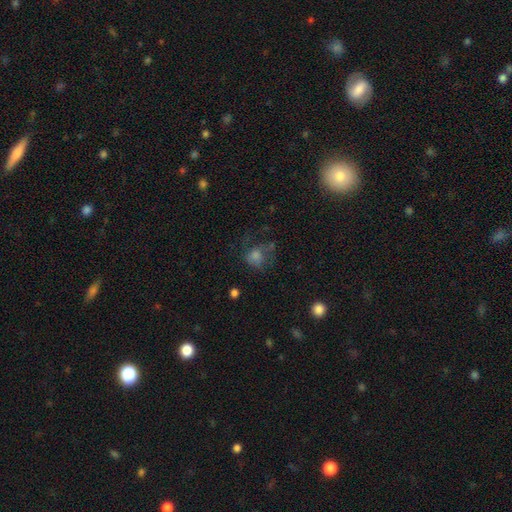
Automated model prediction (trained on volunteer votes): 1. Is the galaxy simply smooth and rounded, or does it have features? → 53% smooth, 26% featured or disk, 20% star or artifact.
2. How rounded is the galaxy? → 70% round, 28% in between, 1% cigar-shaped.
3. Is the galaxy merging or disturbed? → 47% none, 29% major disturbance, 21% minor disturbance, 3% merger.